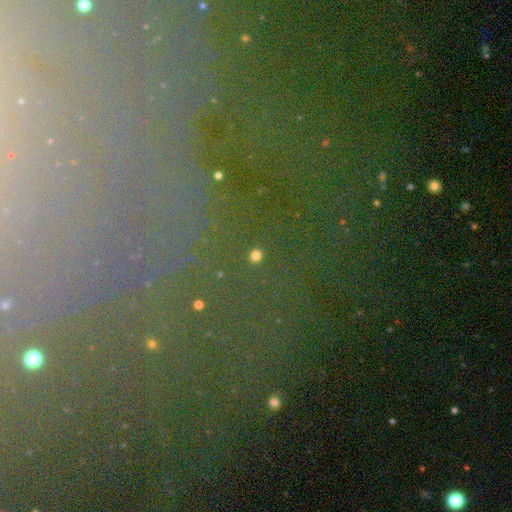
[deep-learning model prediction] smooth_or_featured: smooth (p=0.64) [alt: star or artifact p=0.30]
how_rounded: round (p=0.85) [alt: in between p=0.13]
merging: none (p=0.88) [alt: minor disturbance p=0.06]